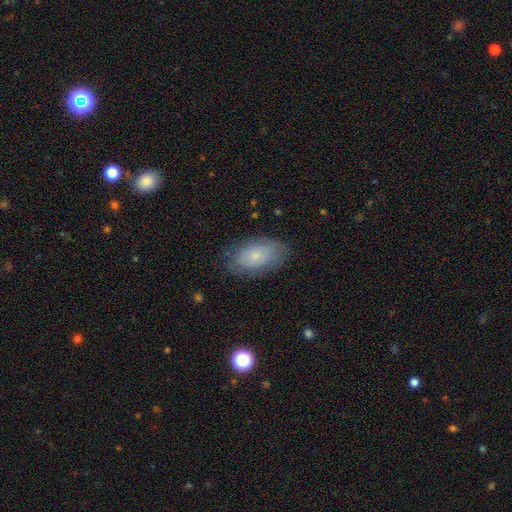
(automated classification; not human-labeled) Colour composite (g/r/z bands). It shows a smooth galaxy with no disk features (67%) that is in between round and cigar-shaped (93%). Merging: none (77%).